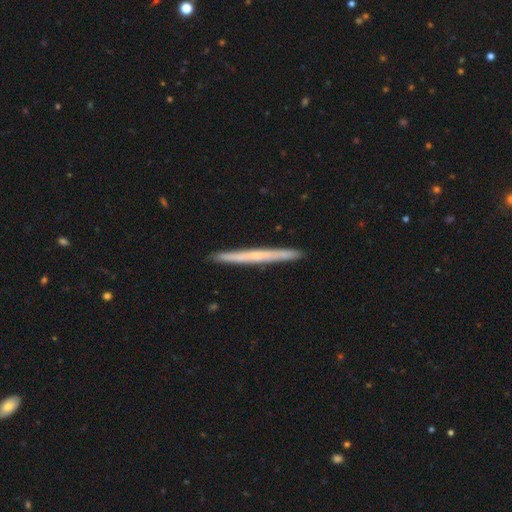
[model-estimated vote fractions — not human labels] Q: Smooth or featured?
A: featured or disk (54%); runner-up: smooth (40%)
Q: Edge-on disk?
A: yes (97%); runner-up: no (3%)
Q: Edge-on bulge?
A: none (76%); runner-up: rounded (20%)
Q: Merging?
A: none (92%); runner-up: minor disturbance (5%)